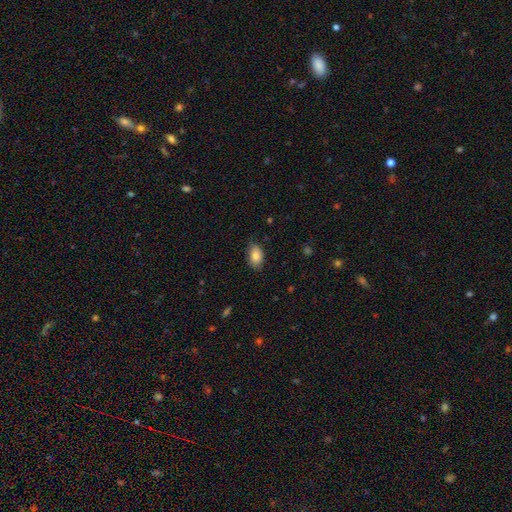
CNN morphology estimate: smooth 85%, featured or disk 8%, star or artifact 7%. Down the decision tree: how rounded — in between (90%); merging — none (79%).